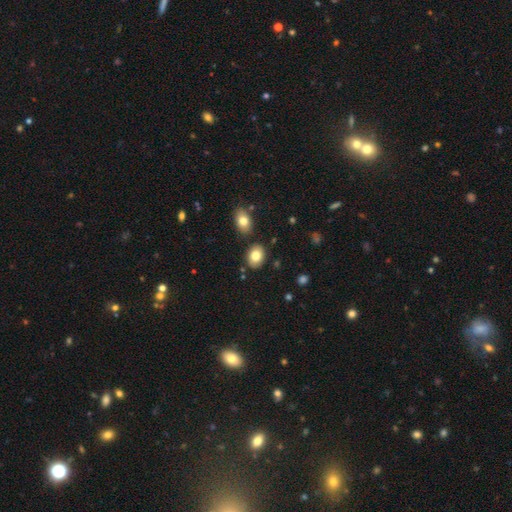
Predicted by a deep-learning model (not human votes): A smooth galaxy with no disk features (82%) that is in between round and cigar-shaped (72%).

Vote fractions:
- Smooth or featured? smooth: 82% / featured or disk: 11% / star or artifact: 8%
- How rounded? in between: 72% / round: 27% / cigar-shaped: 1%
- Merging? none: 83% / minor disturbance: 10% / merger: 5% / major disturbance: 2%